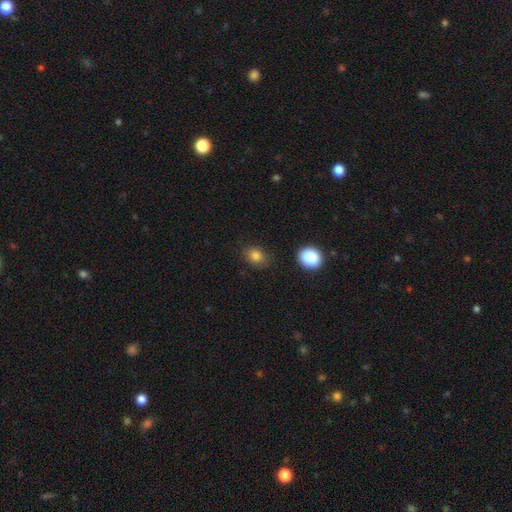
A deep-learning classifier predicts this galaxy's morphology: This is clearly a smooth galaxy (83%). How rounded: likely in between (60%). Merging: likely none (79%).